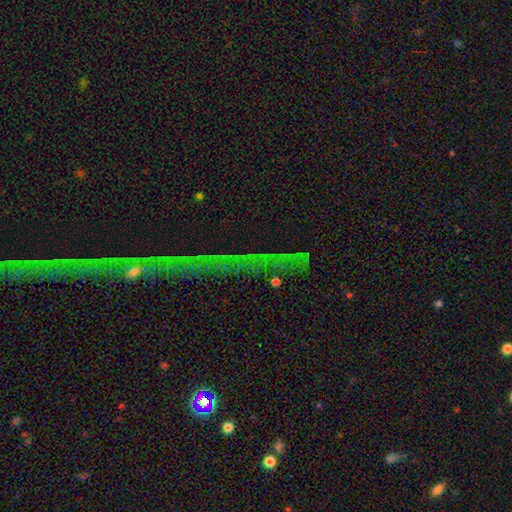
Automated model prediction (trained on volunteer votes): star or artifact 74%, featured or disk 13%, smooth 13%.